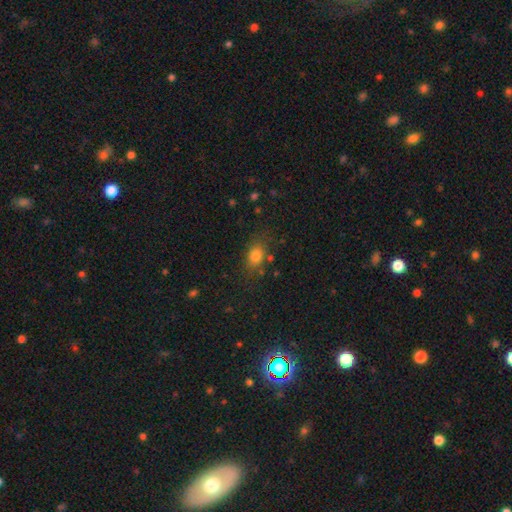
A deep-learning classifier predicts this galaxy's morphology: type=smooth (78%); roundness=in between (68%); merging=none (73%).